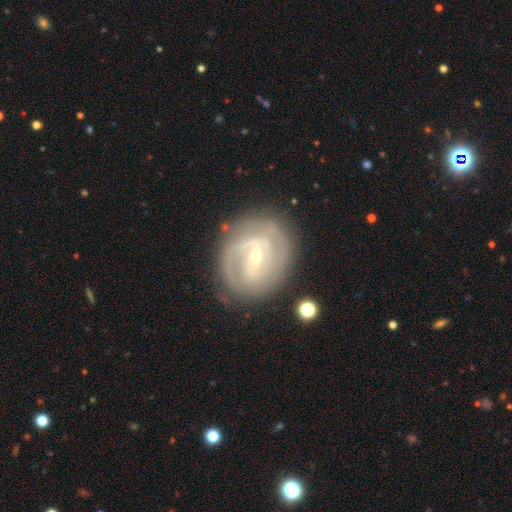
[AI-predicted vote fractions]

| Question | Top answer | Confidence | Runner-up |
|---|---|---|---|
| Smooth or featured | featured or disk | 84% | smooth (10%) |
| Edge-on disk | no | 97% | yes (3%) |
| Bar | weak | 46% | strong (33%) |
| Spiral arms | yes | 89% | no (11%) |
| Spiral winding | tight | 61% | medium (31%) |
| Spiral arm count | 2 | 49% | can't tell (25%) |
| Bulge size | small | 64% | moderate (33%) |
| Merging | none | 76% | minor disturbance (15%) |